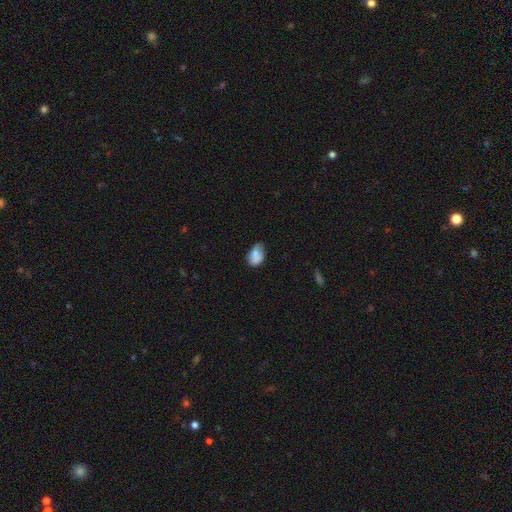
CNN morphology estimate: This is likely a smooth galaxy (78%). How rounded: clearly in between (83%). Merging: possibly none (46%).